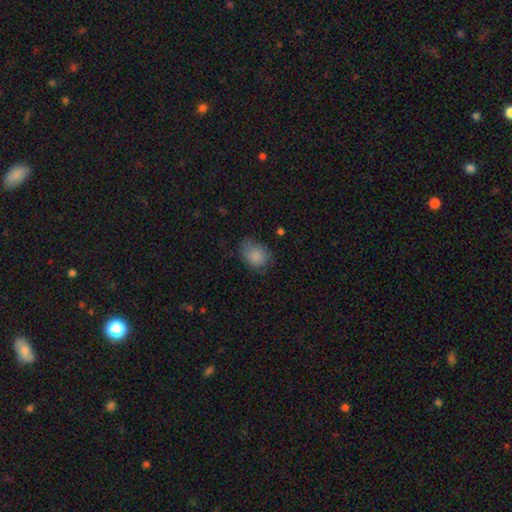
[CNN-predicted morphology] Overall: smooth (85%). How rounded: in between (65%; round 34%). Merging: none (66%).